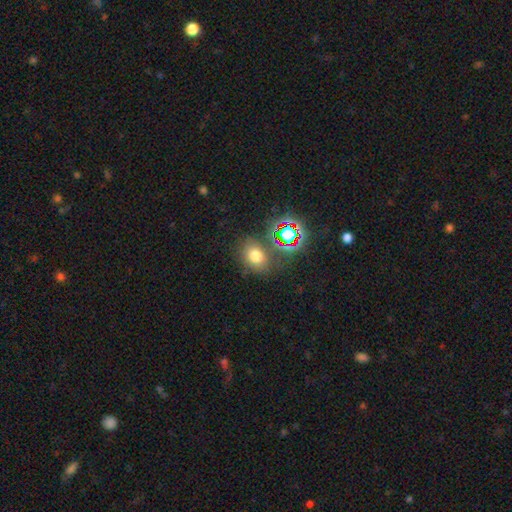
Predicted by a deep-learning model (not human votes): Q: Smooth or featured?
A: smooth (65%); runner-up: star or artifact (25%)
Q: How rounded?
A: in between (52%); runner-up: round (46%)
Q: Merging?
A: none (73%); runner-up: minor disturbance (14%)